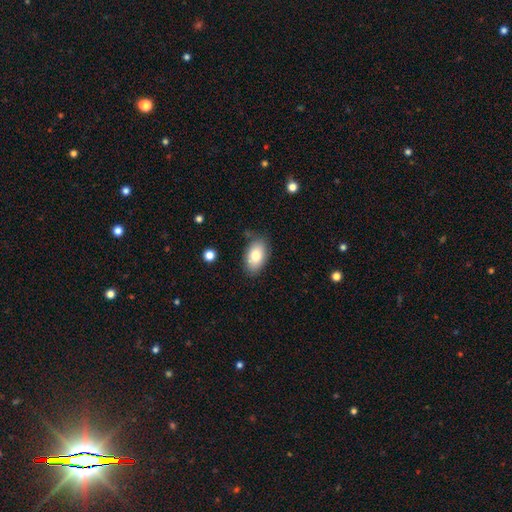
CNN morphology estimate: smooth-or-featured: smooth: 81% | featured or disk: 12% | star or artifact: 7%
  how-rounded: in between: 92% | round: 7% | cigar-shaped: 1%
  merging: none: 81% | minor disturbance: 14% | major disturbance: 3% | merger: 2%